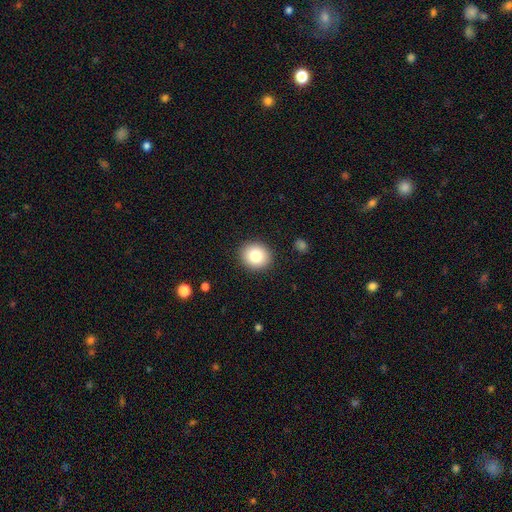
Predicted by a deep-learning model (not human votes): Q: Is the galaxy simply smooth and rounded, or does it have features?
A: smooth — 82%.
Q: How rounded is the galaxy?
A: round — 77%.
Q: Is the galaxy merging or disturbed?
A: none — 90%.